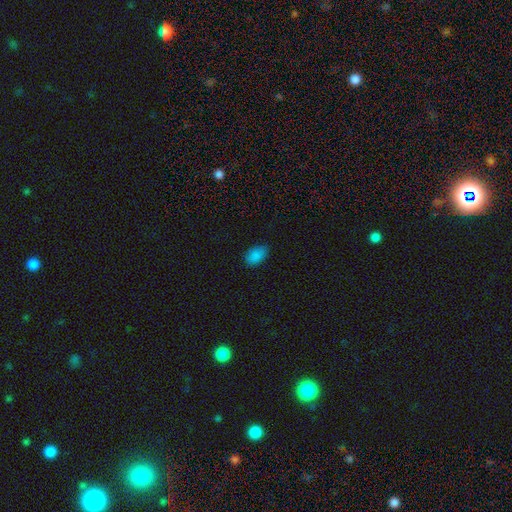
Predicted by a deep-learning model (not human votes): Smooth or featured? Predicted: smooth (p=0.86). How rounded? Predicted: in between (p=0.92). Merging? Predicted: none (p=0.82).